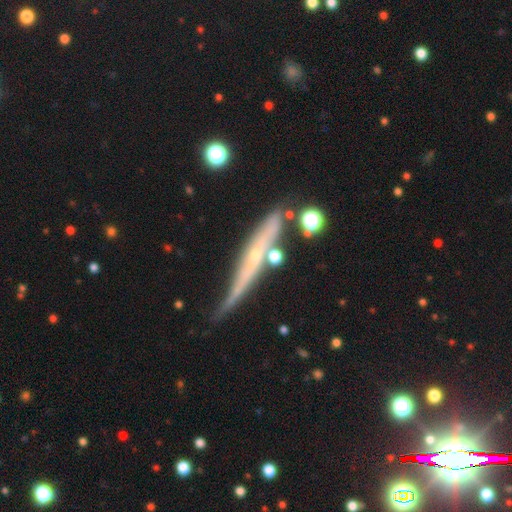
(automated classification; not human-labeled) Overall: featured or disk (67%). Edge-on disk: yes (89%). Edge-on bulge: none (48%; rounded 47%). Merging: none (63%).